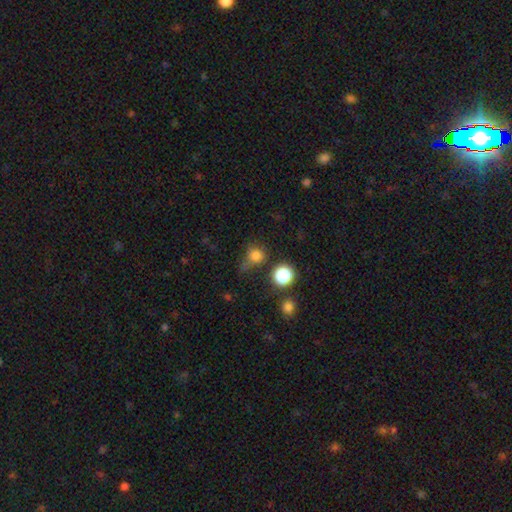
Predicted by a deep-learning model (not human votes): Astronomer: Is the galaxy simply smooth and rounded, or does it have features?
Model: smooth — 75%.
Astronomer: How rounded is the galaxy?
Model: round — 85%.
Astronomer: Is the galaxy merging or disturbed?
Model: none — 51%.